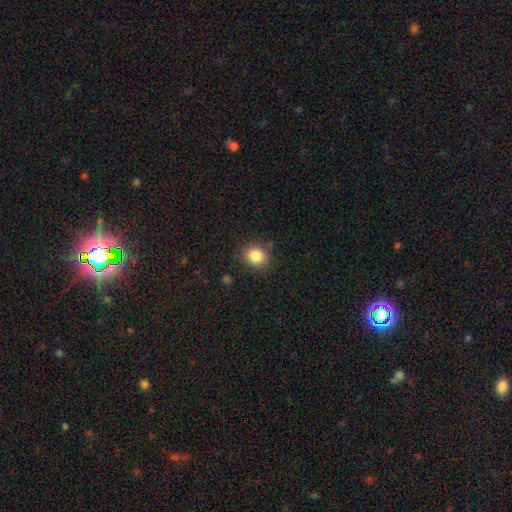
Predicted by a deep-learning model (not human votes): Q: Smooth or featured?
A: smooth (84%); runner-up: star or artifact (10%)
Q: How rounded?
A: round (72%); runner-up: in between (27%)
Q: Merging?
A: none (82%); runner-up: minor disturbance (12%)